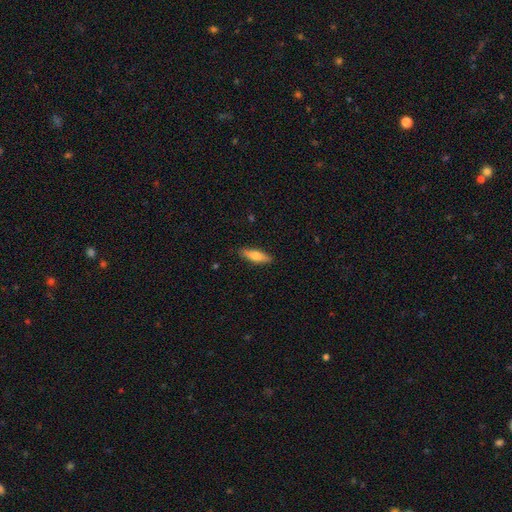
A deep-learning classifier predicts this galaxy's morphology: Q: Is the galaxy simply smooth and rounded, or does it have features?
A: smooth — 74%.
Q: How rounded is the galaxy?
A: cigar-shaped — 54%.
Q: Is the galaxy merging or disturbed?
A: none — 86%.